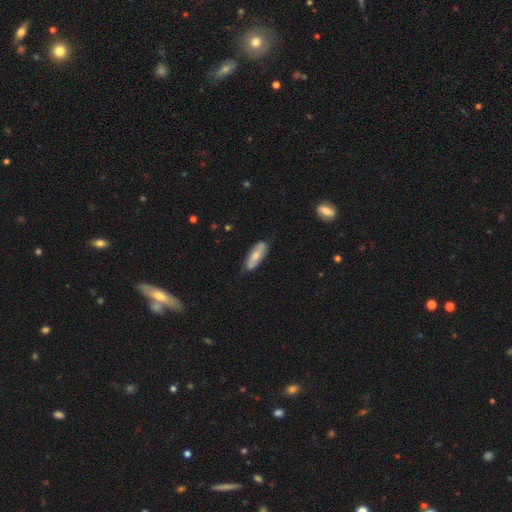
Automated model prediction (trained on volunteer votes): Smooth or featured?
  - smooth: 61% *
  - featured or disk: 33%
  - star or artifact: 6%
How rounded?
  - in between: 62% *
  - cigar-shaped: 36%
  - round: 2%
Merging?
  - none: 74% *
  - minor disturbance: 21%
  - major disturbance: 4%
  - merger: 2%